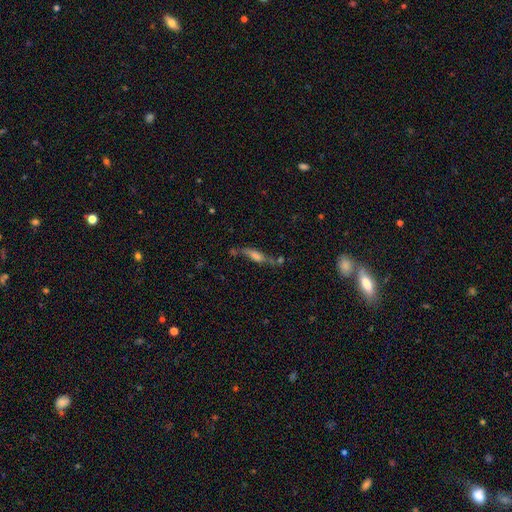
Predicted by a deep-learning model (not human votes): Smooth or featured? Predicted: featured or disk (p=0.52). Edge-on disk? Predicted: yes (p=0.70). Merging? Predicted: none (p=0.54).